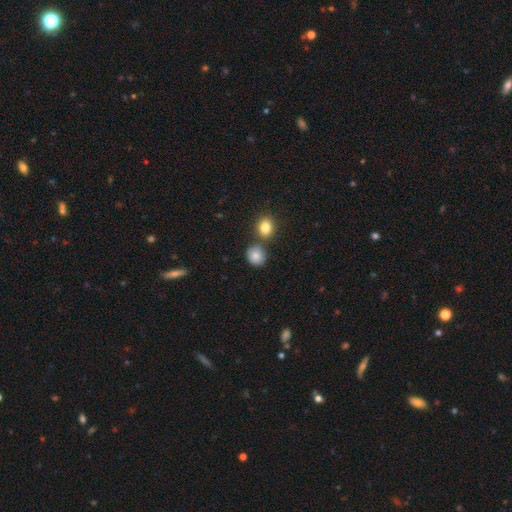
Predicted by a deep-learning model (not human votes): The model was most divided on "merging": none: 73%, merger: 14%, minor disturbance: 10%, major disturbance: 3%. More confident: smooth or featured — smooth (83%); how rounded — round (81%).